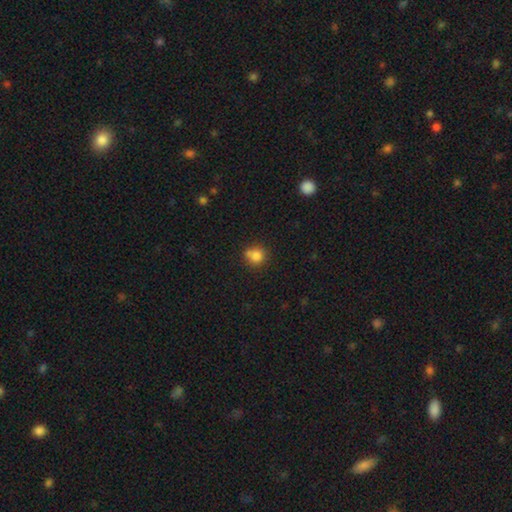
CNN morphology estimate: Smooth or featured: smooth — 80% (star or artifact — 11%)
How rounded: round — 85% (in between — 14%)
Merging: none — 60% (merger — 20%)